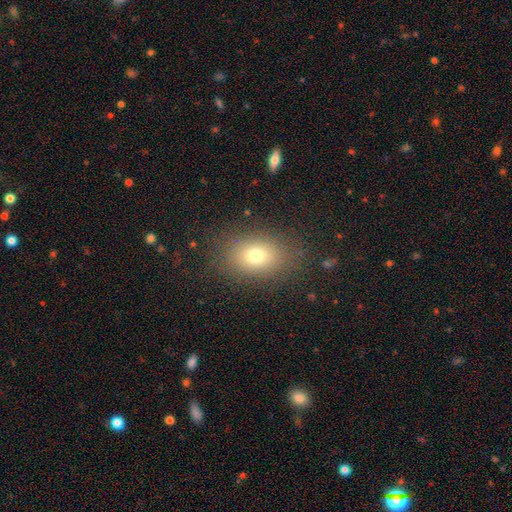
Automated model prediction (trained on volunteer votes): Smooth or featured: smooth — 74% (star or artifact — 13%)
How rounded: in between — 73% (round — 26%)
Merging: none — 84% (minor disturbance — 10%)